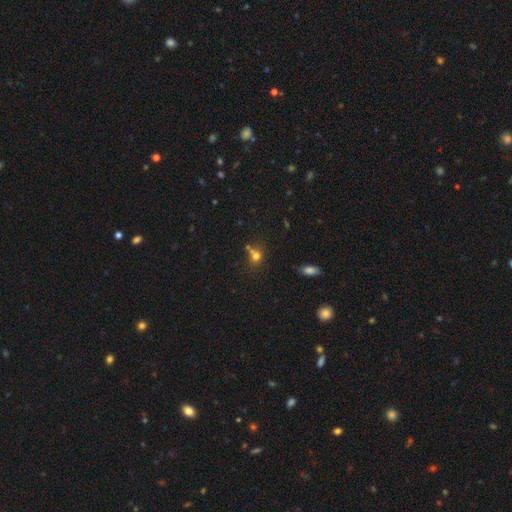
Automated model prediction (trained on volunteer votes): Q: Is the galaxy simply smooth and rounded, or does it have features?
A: smooth — 70%.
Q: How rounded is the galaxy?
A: round — 73%.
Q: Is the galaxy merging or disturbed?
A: none — 50%.